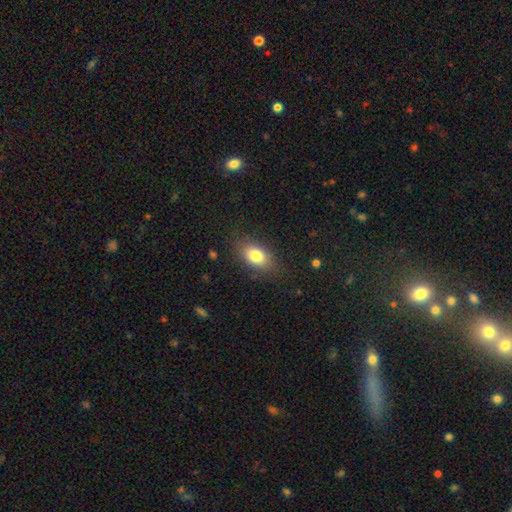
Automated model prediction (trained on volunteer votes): A smooth galaxy with no disk features (80%) that is in between round and cigar-shaped (84%). Merging: none (81%).